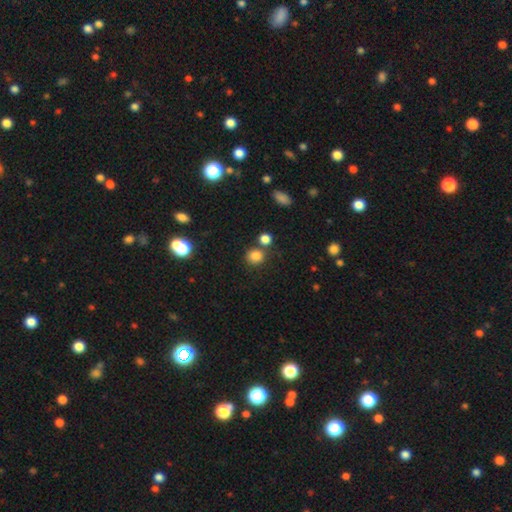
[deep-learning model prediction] Smooth or featured?
  - smooth: 82% *
  - star or artifact: 13%
  - featured or disk: 5%
How rounded?
  - round: 81% *
  - in between: 18%
  - cigar-shaped: 1%
Merging?
  - none: 71% *
  - merger: 16%
  - minor disturbance: 9%
  - major disturbance: 4%